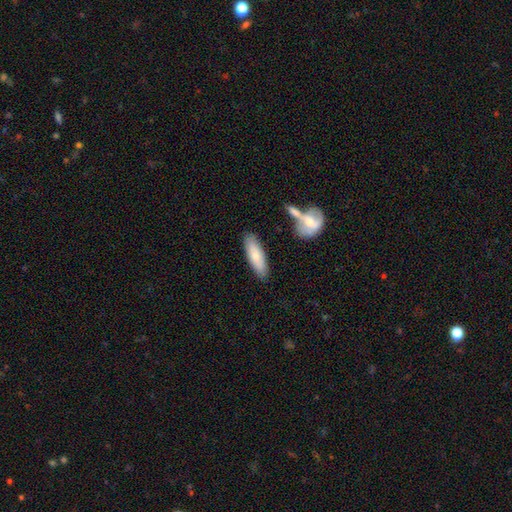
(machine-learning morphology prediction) Overall: smooth (77%). How rounded: in between (49%, tied with cigar-shaped). Merging: none (79%).